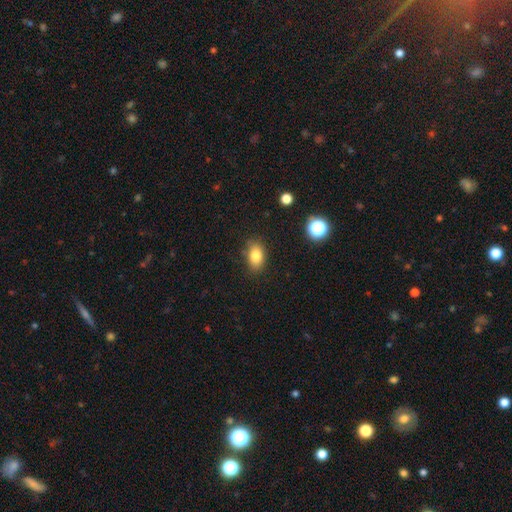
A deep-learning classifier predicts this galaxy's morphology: Smooth or featured?
  - smooth: 82% *
  - star or artifact: 10%
  - featured or disk: 8%
How rounded?
  - in between: 84% *
  - round: 14%
  - cigar-shaped: 2%
Merging?
  - none: 81% *
  - minor disturbance: 14%
  - major disturbance: 3%
  - merger: 2%